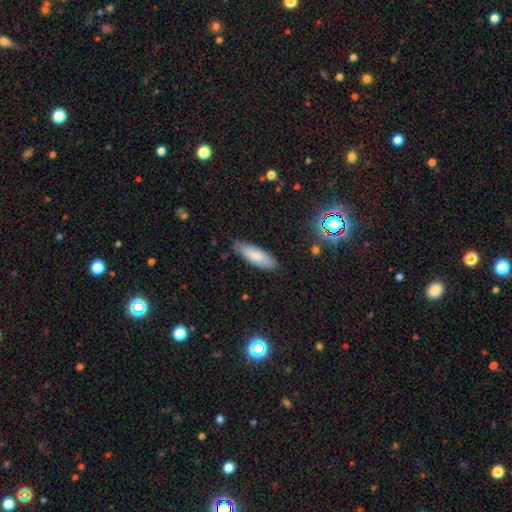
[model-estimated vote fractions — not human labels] A smooth galaxy with no disk features (80%) that is in between round and cigar-shaped (59%). Merging: none (83%).